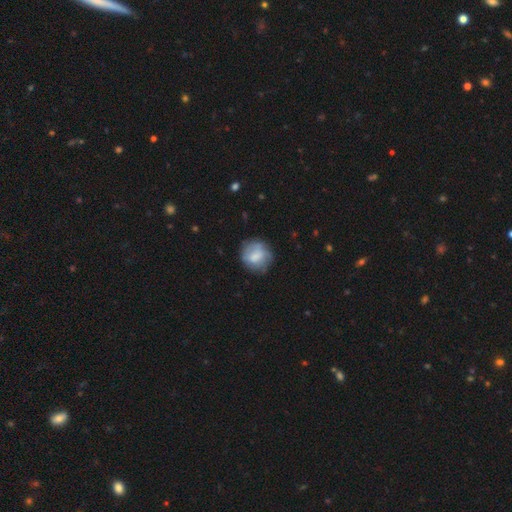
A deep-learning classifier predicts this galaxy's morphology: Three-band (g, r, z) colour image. It shows a smooth galaxy with no disk features (67%) that is round (81%). Merging: none (69%).